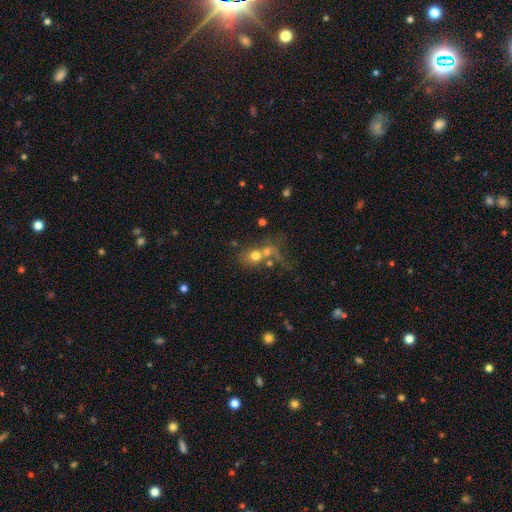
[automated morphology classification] Smooth or featured?
  - smooth: 63% *
  - featured or disk: 22%
  - star or artifact: 15%
How rounded?
  - round: 66% *
  - in between: 32%
  - cigar-shaped: 2%
Merging?
  - merger: 54% *
  - none: 26%
  - major disturbance: 12%
  - minor disturbance: 9%